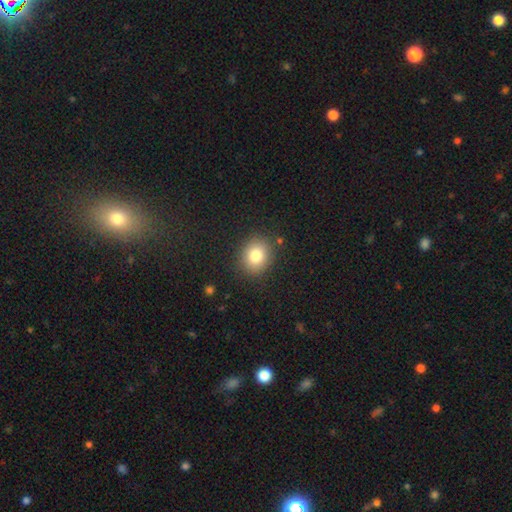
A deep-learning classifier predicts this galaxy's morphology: smooth_or_featured: smooth (p=0.81) [alt: star or artifact p=0.11]
how_rounded: round (p=0.67) [alt: in between p=0.32]
merging: none (p=0.87) [alt: minor disturbance p=0.09]